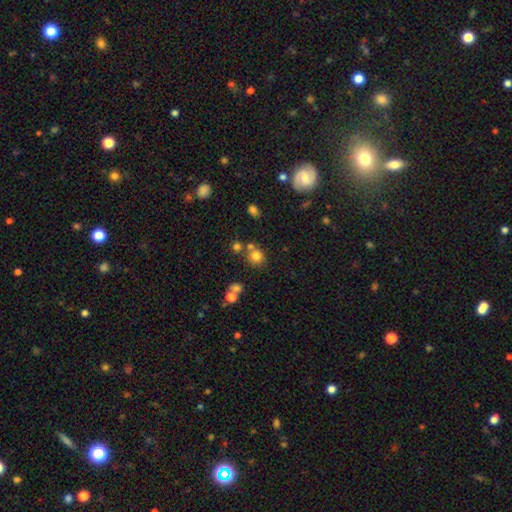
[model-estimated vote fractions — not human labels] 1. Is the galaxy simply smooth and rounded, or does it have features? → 77% smooth, 15% star or artifact, 8% featured or disk.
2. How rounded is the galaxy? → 86% round, 13% in between, 1% cigar-shaped.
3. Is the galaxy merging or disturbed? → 63% none, 23% merger, 10% minor disturbance, 4% major disturbance.